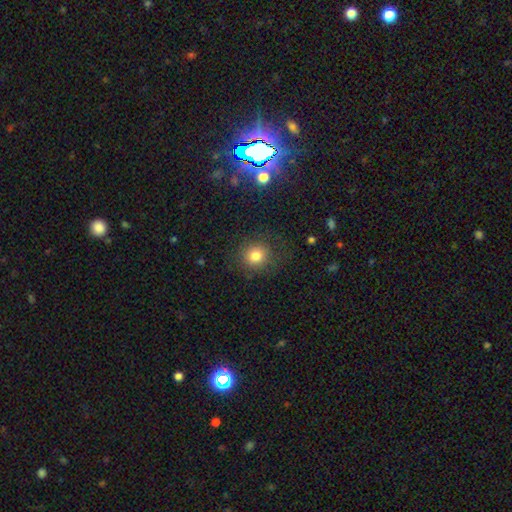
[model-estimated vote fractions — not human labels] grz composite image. It shows a smooth galaxy with no disk features (80%) that is round (88%). Merging: none (82%).